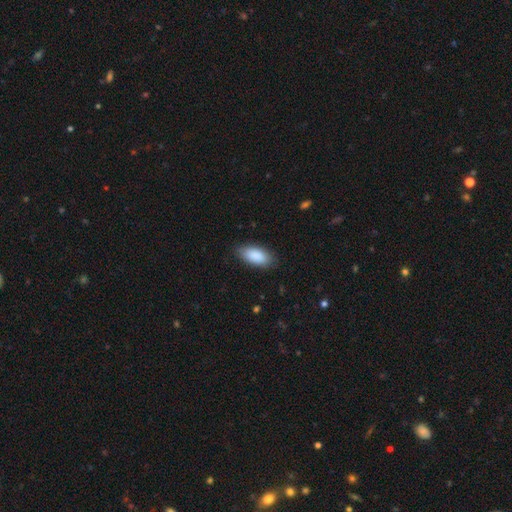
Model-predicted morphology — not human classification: smooth 90%, star or artifact 6%, featured or disk 5%. Down the decision tree: how rounded — in between (90%); merging — none (84%).